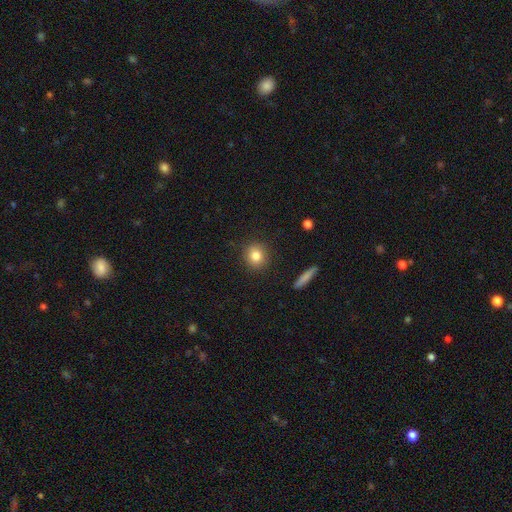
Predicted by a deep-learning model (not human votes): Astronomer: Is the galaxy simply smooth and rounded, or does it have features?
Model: smooth — 82%.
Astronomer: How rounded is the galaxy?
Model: round — 85%.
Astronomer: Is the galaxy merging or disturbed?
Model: none — 90%.